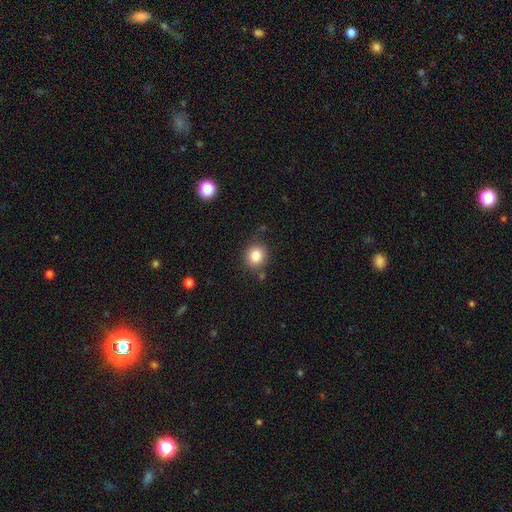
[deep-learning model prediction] smooth-or-featured: smooth: 84% | star or artifact: 10% | featured or disk: 6%
  how-rounded: round: 84% | in between: 15% | cigar-shaped: 1%
  merging: none: 79% | minor disturbance: 13% | merger: 5% | major disturbance: 4%